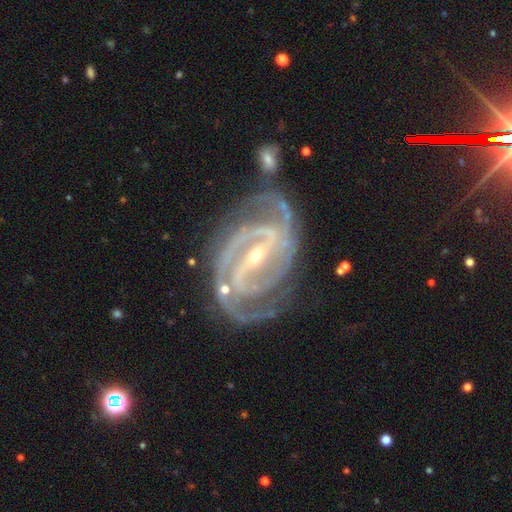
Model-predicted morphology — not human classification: The model was most divided on "spiral arm count": 2: 46%, 3: 25%, 4: 11%, can't tell: 8%, more than 4: 5%, 1: 5%. More confident: spiral arms — yes (99%); edge-on disk — no (97%); smooth or featured — featured or disk (93%); bulge size — small (70%); bar — strong (69%); merging — none (64%); spiral winding — tight (58%).